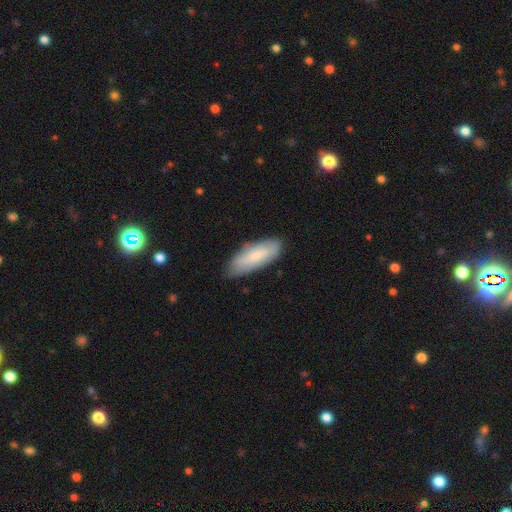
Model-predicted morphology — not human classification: smooth_or_featured: smooth (p=0.74) [alt: featured or disk p=0.20]
how_rounded: in between (p=0.68) [alt: cigar-shaped p=0.30]
merging: none (p=0.79) [alt: minor disturbance p=0.17]